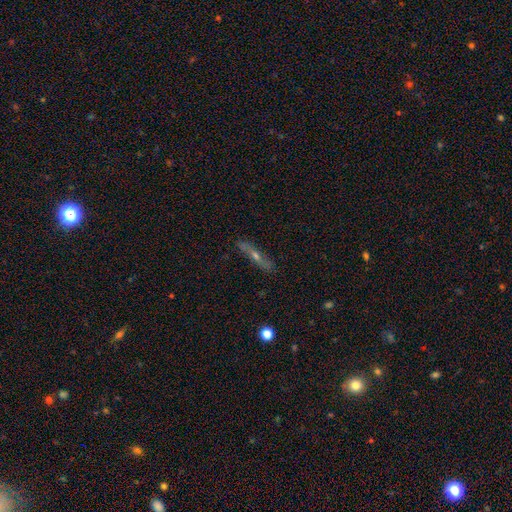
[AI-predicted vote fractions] Overall: featured or disk (63%; smooth 28%). Edge-on disk: yes (86%). Edge-on bulge: rounded (86%). Merging: none (84%).